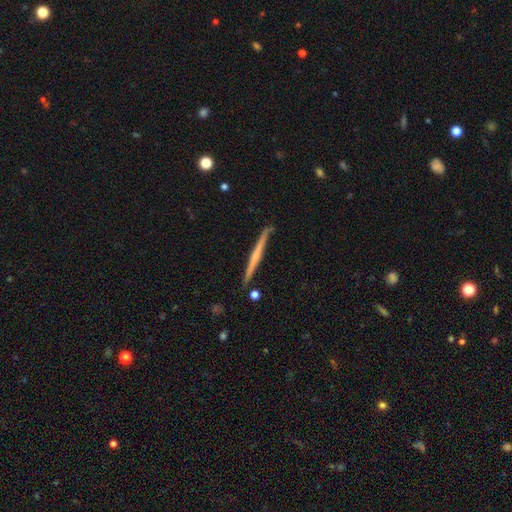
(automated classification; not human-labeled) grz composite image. It shows a featured or disk galaxy (71%) viewed edge-on (98%) with a rounded central bulge (57%). Merging: none (87%).